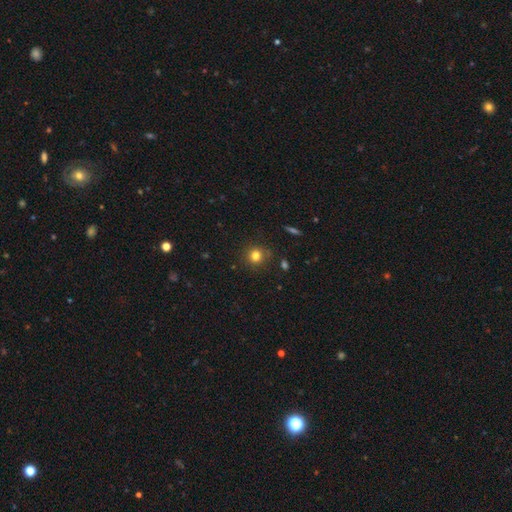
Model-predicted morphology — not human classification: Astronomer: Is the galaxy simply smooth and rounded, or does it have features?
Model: smooth — 79%.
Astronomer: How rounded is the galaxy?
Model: round — 90%.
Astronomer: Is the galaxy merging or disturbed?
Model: none — 86%.